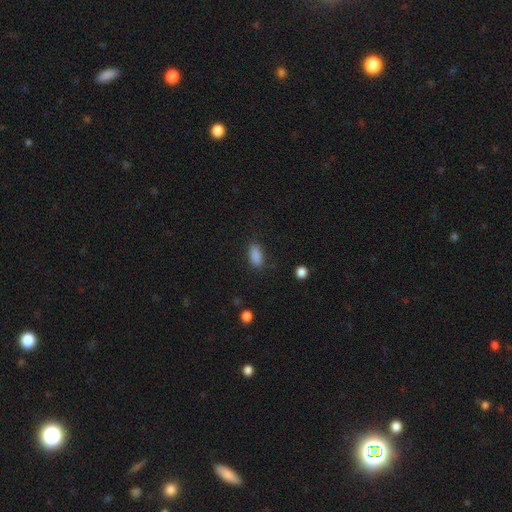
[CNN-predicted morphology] A smooth galaxy with no disk features (88%) that is in between round and cigar-shaped (88%).

Vote fractions:
- Smooth or featured? smooth: 88% / star or artifact: 9% / featured or disk: 3%
- How rounded? in between: 88% / cigar-shaped: 7% / round: 4%
- Merging? none: 83% / minor disturbance: 12% / major disturbance: 4% / merger: 1%